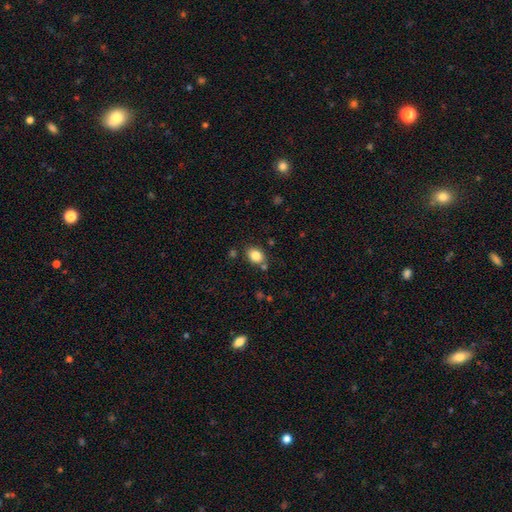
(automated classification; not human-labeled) This appears to be a smooth galaxy with no disk features (83%) that is in between round and cigar-shaped (62%). Merging: none (77%).